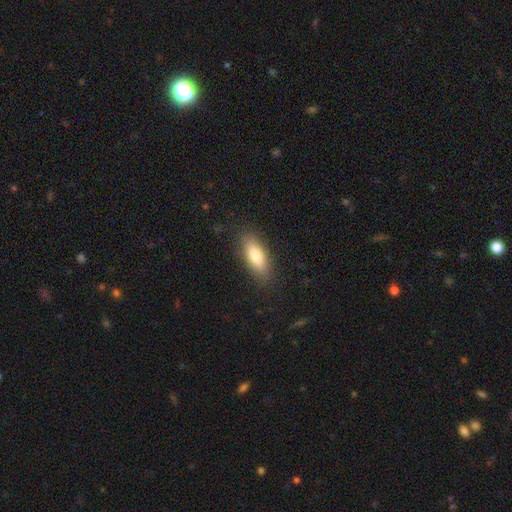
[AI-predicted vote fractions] Q: Smooth or featured?
A: smooth (77%); runner-up: featured or disk (17%)
Q: How rounded?
A: in between (74%); runner-up: cigar-shaped (23%)
Q: Merging?
A: none (85%); runner-up: minor disturbance (11%)